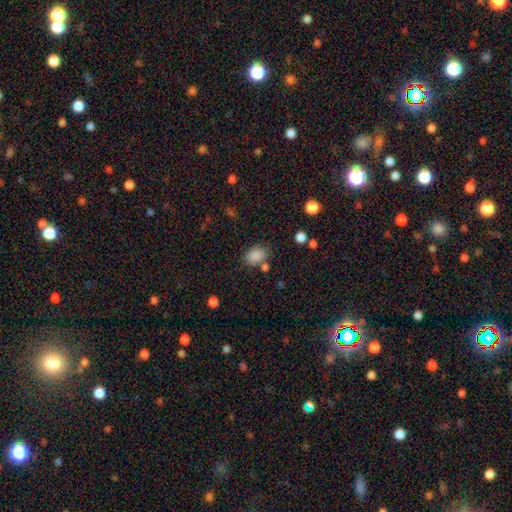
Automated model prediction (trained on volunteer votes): smooth_or_featured: smooth (p=0.85) [alt: star or artifact p=0.10]
how_rounded: in between (p=0.70) [alt: round p=0.29]
merging: none (p=0.67) [alt: minor disturbance p=0.17]